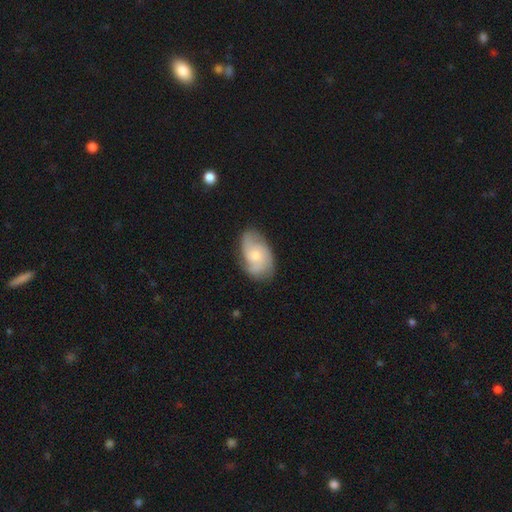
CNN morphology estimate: Smooth or featured?
  - featured or disk: 63% *
  - smooth: 31%
  - star or artifact: 6%
Edge-on disk?
  - no: 96% *
  - yes: 4%
Bar?
  - no: 72% *
  - weak: 26%
  - strong: 3%
Spiral arms?
  - yes: 91% *
  - no: 9%
Spiral winding?
  - medium: 45% *
  - tight: 36%
  - loose: 19%
Spiral arm count?
  - 2: 32% *
  - 3: 30%
  - can't tell: 24%
  - 4: 6%
  - 1: 4%
  - more than 4: 3%
Bulge size?
  - moderate: 47% *
  - small: 45%
  - large: 3%
  - none: 3%
  - dominant: 1%
Merging?
  - none: 70% *
  - minor disturbance: 22%
  - major disturbance: 7%
  - merger: 1%